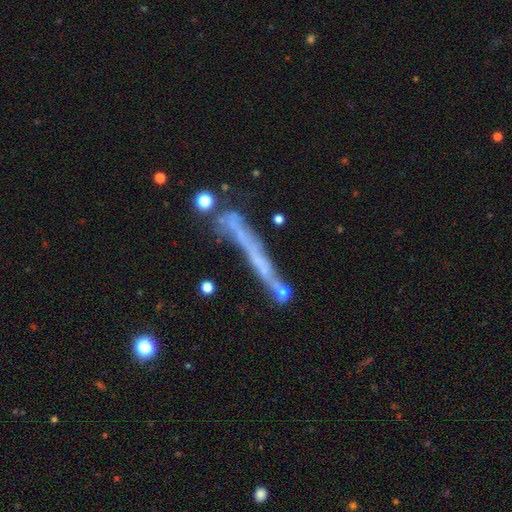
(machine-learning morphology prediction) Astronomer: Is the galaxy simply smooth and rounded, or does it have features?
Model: featured or disk — 53% (runner-up: smooth, 32%).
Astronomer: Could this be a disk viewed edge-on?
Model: yes — 82%.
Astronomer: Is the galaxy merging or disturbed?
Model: none — 55%.